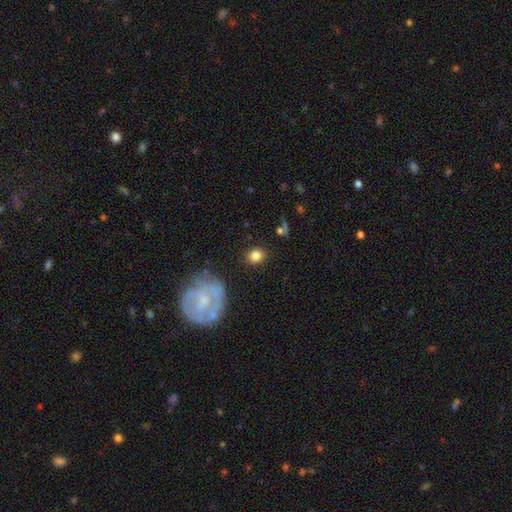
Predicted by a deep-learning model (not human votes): This appears to be a smooth galaxy with no disk features (81%) that is round (72%). Merging: none (86%).